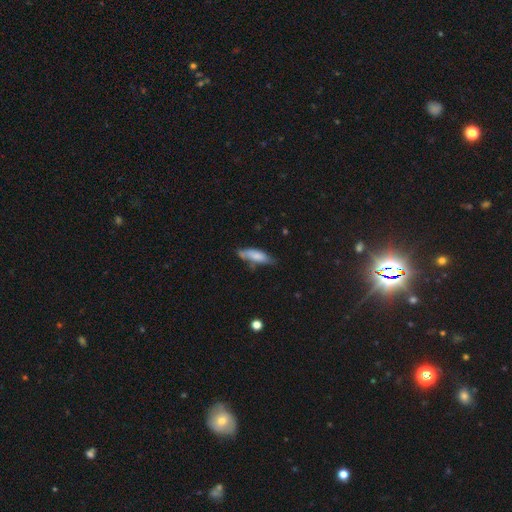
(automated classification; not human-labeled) smooth_or_featured: smooth (p=0.74) [alt: featured or disk p=0.19]
how_rounded: in between (p=0.51) [alt: cigar-shaped p=0.48]
merging: none (p=0.50) [alt: minor disturbance p=0.32]